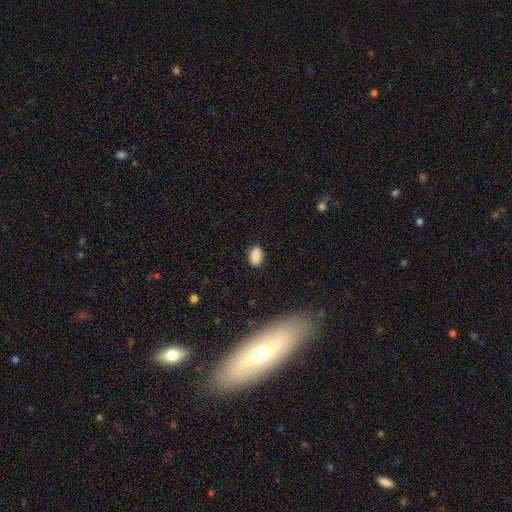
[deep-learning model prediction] Q: Smooth or featured?
A: smooth (87%); runner-up: star or artifact (8%)
Q: How rounded?
A: in between (92%); runner-up: round (5%)
Q: Merging?
A: none (85%); runner-up: minor disturbance (11%)